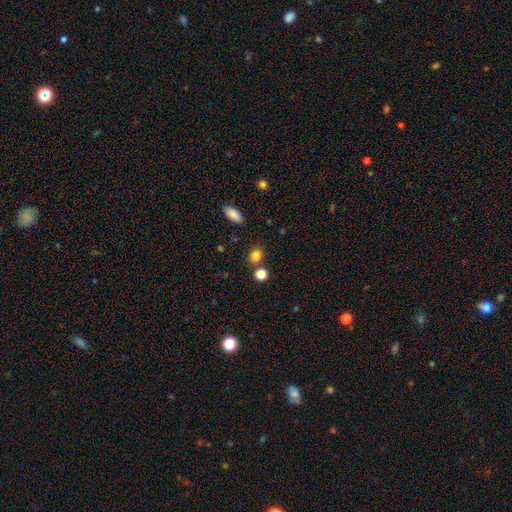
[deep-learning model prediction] A smooth galaxy with no disk features (83%) that is round (68%). Merging: none (74%).